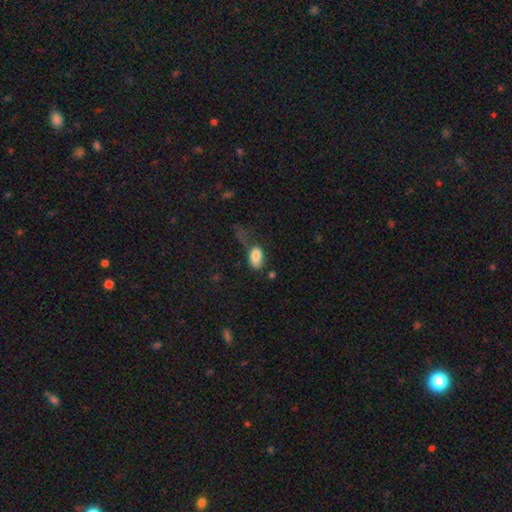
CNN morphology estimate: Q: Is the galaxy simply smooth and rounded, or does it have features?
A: smooth — 82%.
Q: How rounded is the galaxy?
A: in between — 90%.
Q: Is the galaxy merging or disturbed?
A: none — 33%.